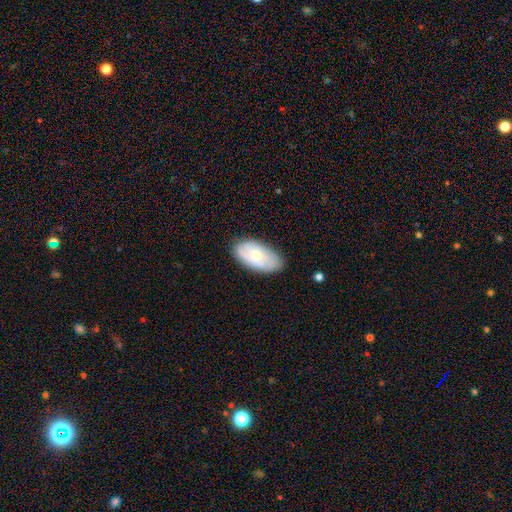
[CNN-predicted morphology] Q: Smooth or featured?
A: featured or disk (48%); runner-up: smooth (46%)
Q: Merging?
A: none (80%); runner-up: minor disturbance (15%)